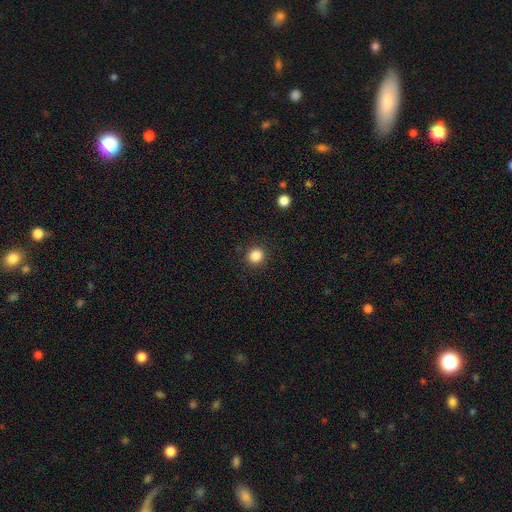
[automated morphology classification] This is clearly a smooth galaxy (85%). How rounded: clearly round (90%). Merging: clearly none (91%).